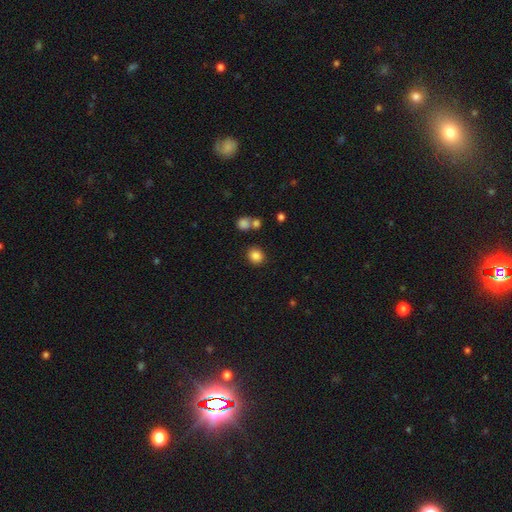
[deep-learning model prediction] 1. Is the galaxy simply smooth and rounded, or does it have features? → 85% smooth, 10% star or artifact, 5% featured or disk.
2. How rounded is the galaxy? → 81% round, 18% in between, 1% cigar-shaped.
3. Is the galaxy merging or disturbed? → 83% none, 8% minor disturbance, 6% merger, 3% major disturbance.